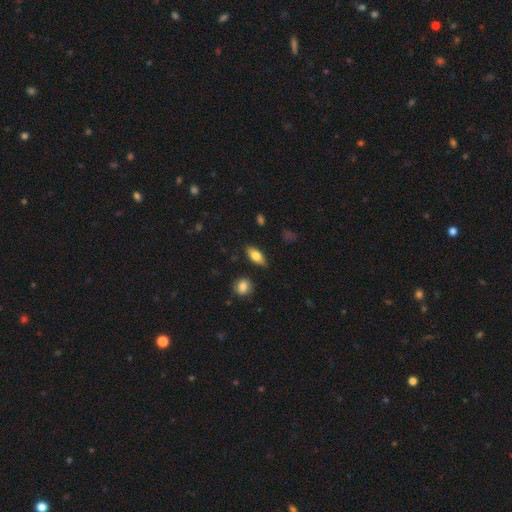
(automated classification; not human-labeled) A smooth galaxy with no disk features (75%) that is in between round and cigar-shaped (84%).

Vote fractions:
- Smooth or featured? smooth: 75% / featured or disk: 19% / star or artifact: 7%
- How rounded? in between: 84% / cigar-shaped: 12% / round: 4%
- Merging? none: 84% / minor disturbance: 11% / major disturbance: 3% / merger: 2%